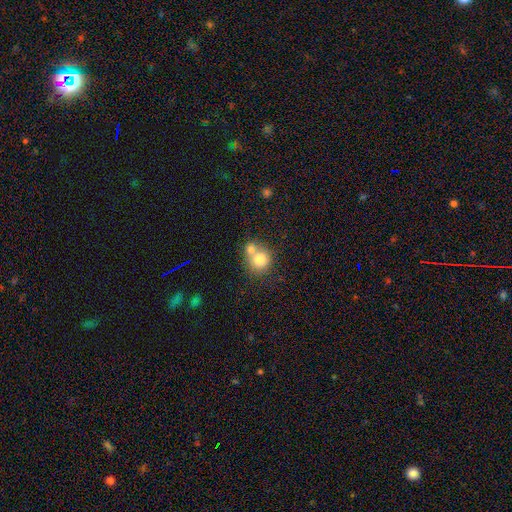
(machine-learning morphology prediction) Smooth or featured? Predicted: smooth (p=0.74). How rounded? Predicted: round (p=0.85). Merging? Predicted: merger (p=0.48).